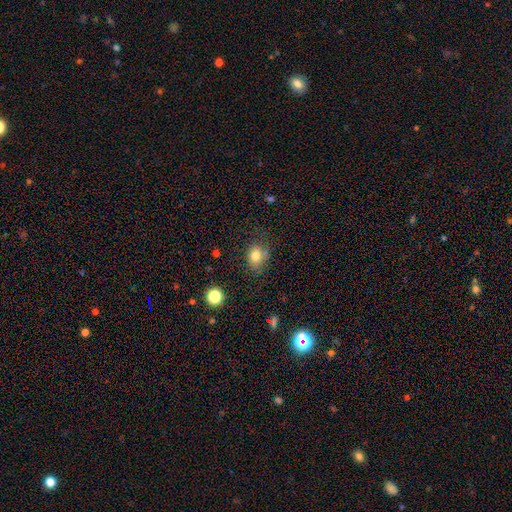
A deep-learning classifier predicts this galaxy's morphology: Smooth or featured? smooth (78%)
How rounded? in between (52%)
Merging? none (66%)